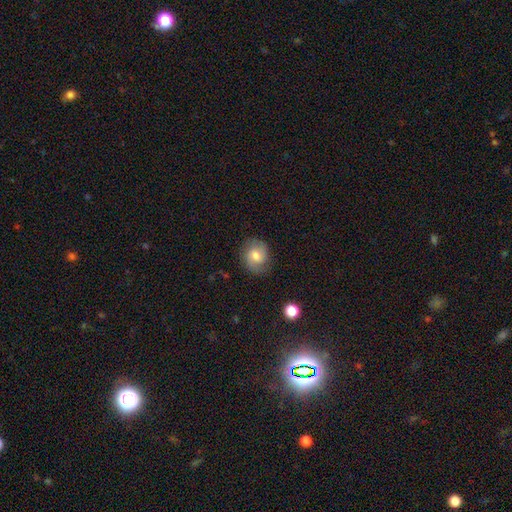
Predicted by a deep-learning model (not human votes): A smooth galaxy with no disk features (46%).

Vote fractions:
- Smooth or featured? smooth: 46% / featured or disk: 45% / star or artifact: 9%
- Merging? none: 76% / minor disturbance: 17% / major disturbance: 6% / merger: 1%